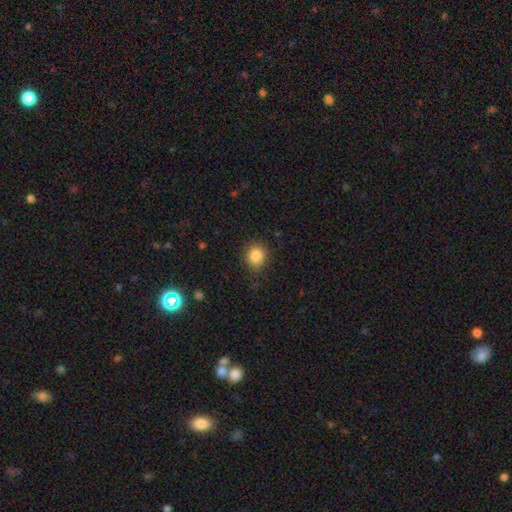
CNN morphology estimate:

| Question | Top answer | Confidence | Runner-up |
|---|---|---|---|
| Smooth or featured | smooth | 85% | star or artifact (10%) |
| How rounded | round | 78% | in between (21%) |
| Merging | none | 83% | minor disturbance (12%) |